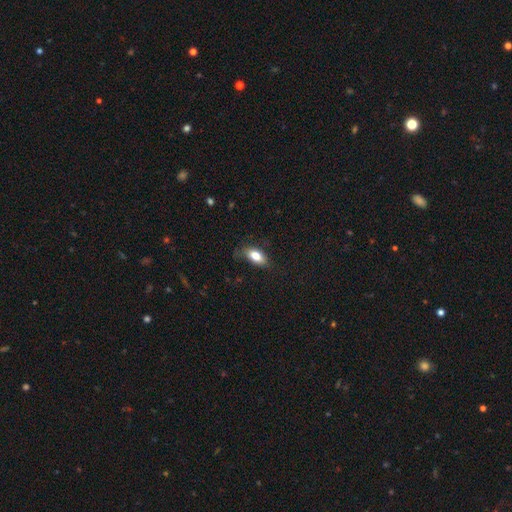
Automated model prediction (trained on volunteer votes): A smooth galaxy with no disk features (77%) that is in between round and cigar-shaped (88%). Merging: none (67%).